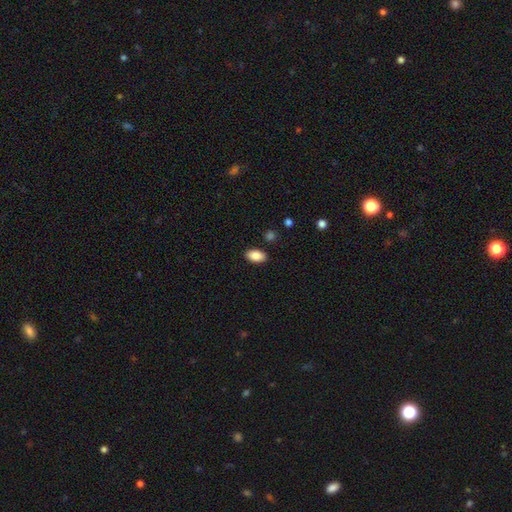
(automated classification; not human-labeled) Smooth or featured? Predicted: smooth (p=0.87). How rounded? Predicted: in between (p=0.93). Merging? Predicted: none (p=0.87).